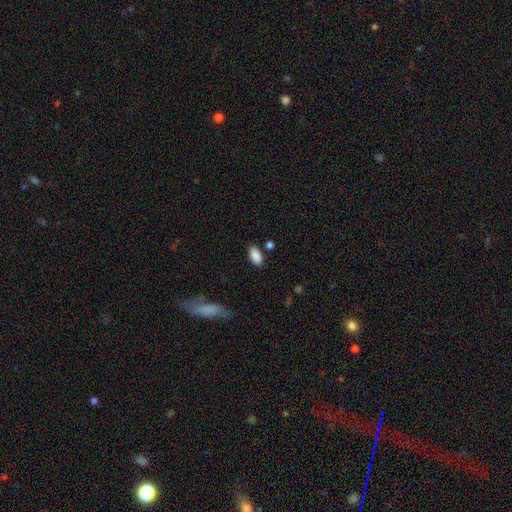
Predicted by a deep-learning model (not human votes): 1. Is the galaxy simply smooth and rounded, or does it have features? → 89% smooth, 7% star or artifact, 4% featured or disk.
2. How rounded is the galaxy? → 93% in between, 5% cigar-shaped, 3% round.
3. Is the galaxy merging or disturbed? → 82% none, 11% minor disturbance, 4% merger, 3% major disturbance.